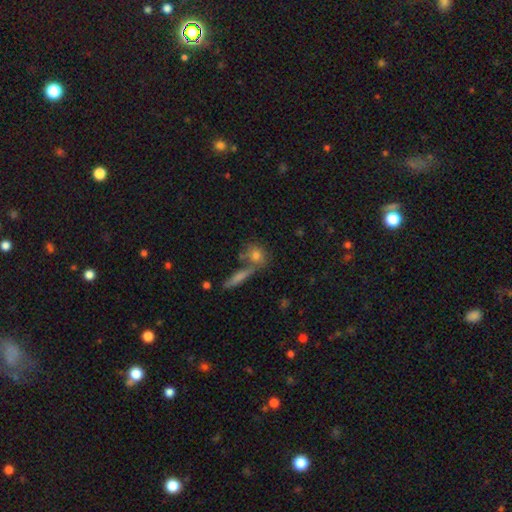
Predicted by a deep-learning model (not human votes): Overall: smooth (74%). How rounded: round (54%; in between 33%). Merging: none (59%; merger 26%).